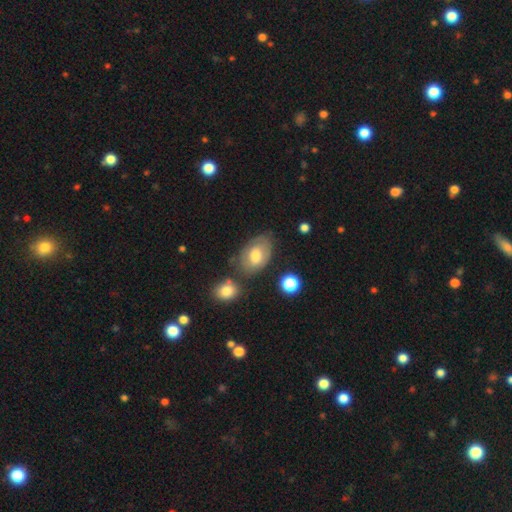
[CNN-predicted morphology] A smooth galaxy with no disk features (55%) that is in between round and cigar-shaped (86%). Merging: none (58%).